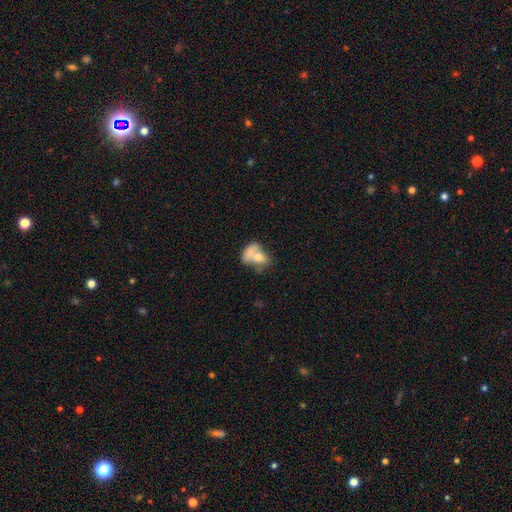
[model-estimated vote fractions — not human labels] Smooth or featured? smooth (67%)
How rounded? in between (69%)
Merging? merger (55%)